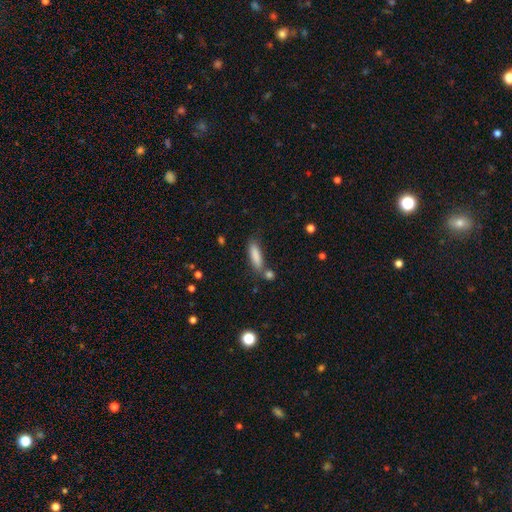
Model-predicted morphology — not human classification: type=smooth (84%); roundness=cigar-shaped (63%); merging=none (66%).